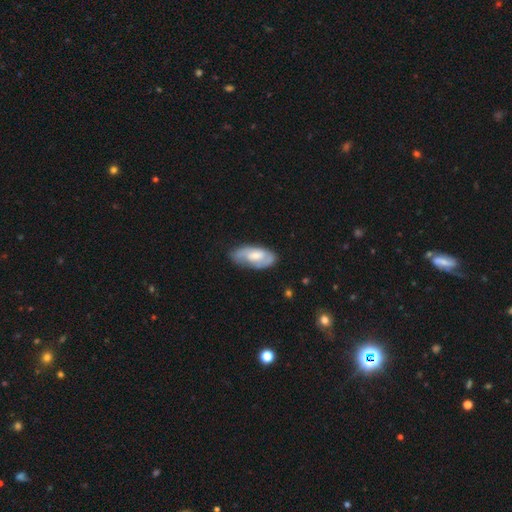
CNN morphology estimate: Smooth or featured: featured or disk — 57% (smooth — 37%)
Edge-on disk: no — 92% (yes — 8%)
Bar: no — 48% (weak — 41%)
Spiral arms: yes — 77% (no — 23%)
Bulge size: moderate — 48% (small — 38%)
Merging: none — 70% (minor disturbance — 22%)